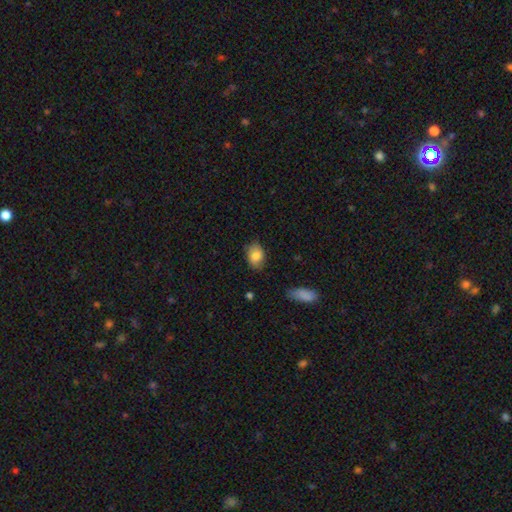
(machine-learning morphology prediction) Smooth or featured?
  - smooth: 82% *
  - featured or disk: 10%
  - star or artifact: 7%
How rounded?
  - in between: 79% *
  - round: 20%
  - cigar-shaped: 1%
Merging?
  - none: 79% *
  - minor disturbance: 16%
  - major disturbance: 3%
  - merger: 1%